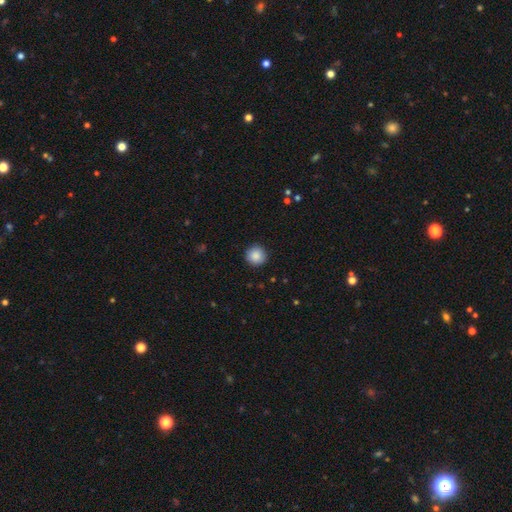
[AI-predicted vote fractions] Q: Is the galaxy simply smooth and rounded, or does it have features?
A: smooth — 88%.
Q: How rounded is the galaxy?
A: round — 96%.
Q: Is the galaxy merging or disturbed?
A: none — 92%.